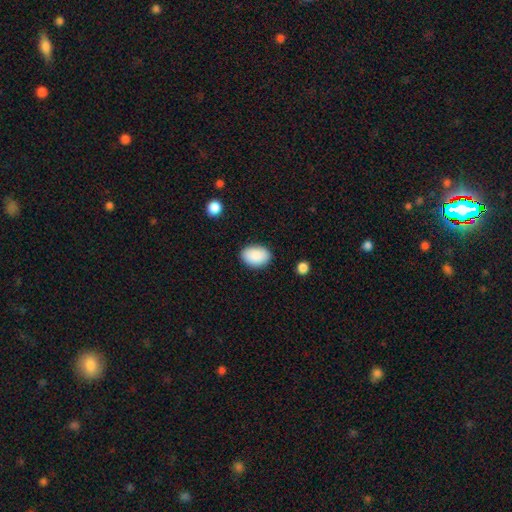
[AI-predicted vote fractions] A smooth galaxy with no disk features (90%) that is in between round and cigar-shaped (87%). Merging: none (87%).